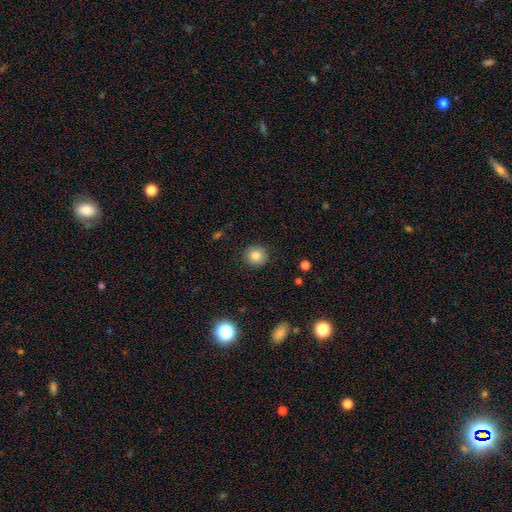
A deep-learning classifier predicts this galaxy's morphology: type=smooth (83%); roundness=round (88%); merging=none (89%).